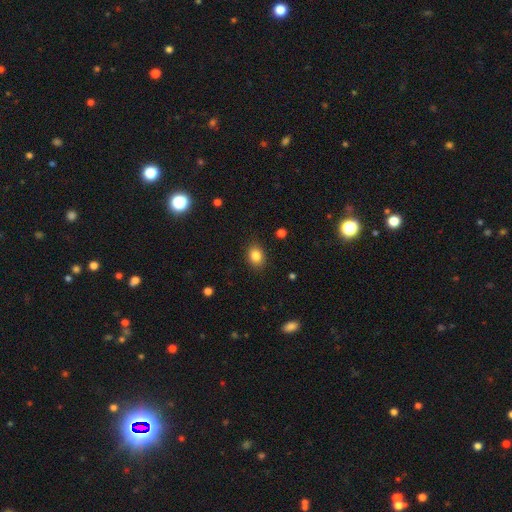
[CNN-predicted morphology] Smooth or featured?
  - smooth: 84% *
  - star or artifact: 10%
  - featured or disk: 6%
How rounded?
  - in between: 62% *
  - round: 37%
  - cigar-shaped: 1%
Merging?
  - none: 87% *
  - minor disturbance: 10%
  - major disturbance: 3%
  - merger: 1%